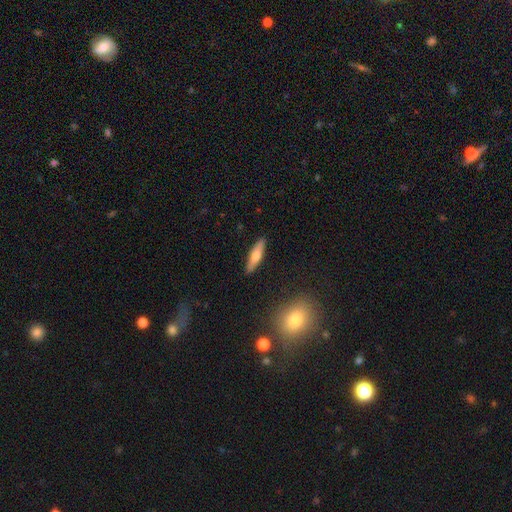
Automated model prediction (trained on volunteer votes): Morphology: type=smooth (60%); roundness=cigar-shaped (70%); merging=none (89%).